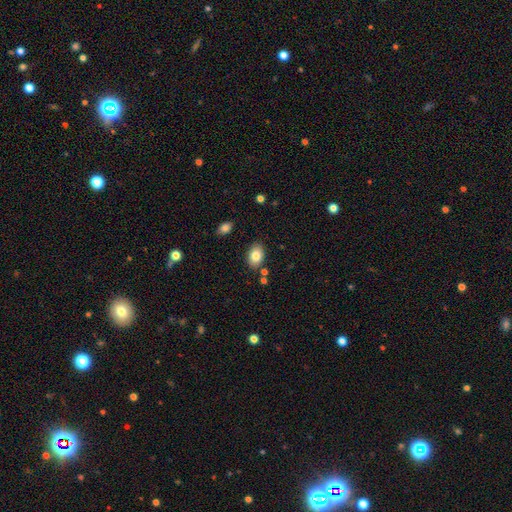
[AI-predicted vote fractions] A smooth galaxy with no disk features (83%) that is in between round and cigar-shaped (83%).

Vote fractions:
- Smooth or featured? smooth: 83% / featured or disk: 9% / star or artifact: 8%
- How rounded? in between: 83% / round: 16% / cigar-shaped: 1%
- Merging? none: 82% / minor disturbance: 11% / merger: 4% / major disturbance: 3%